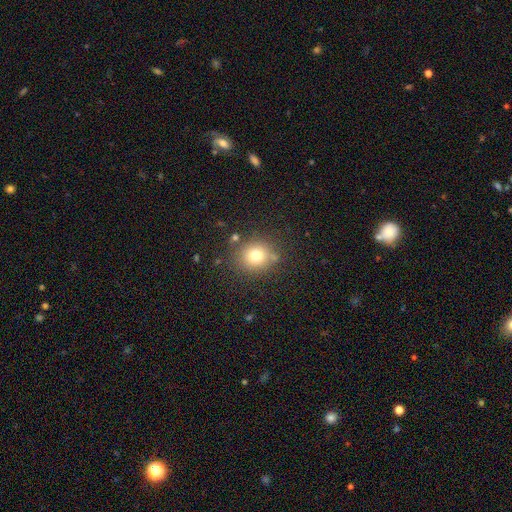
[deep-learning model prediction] Smooth or featured: smooth — 74% (star or artifact — 15%)
How rounded: round — 83% (in between — 16%)
Merging: none — 79% (minor disturbance — 12%)